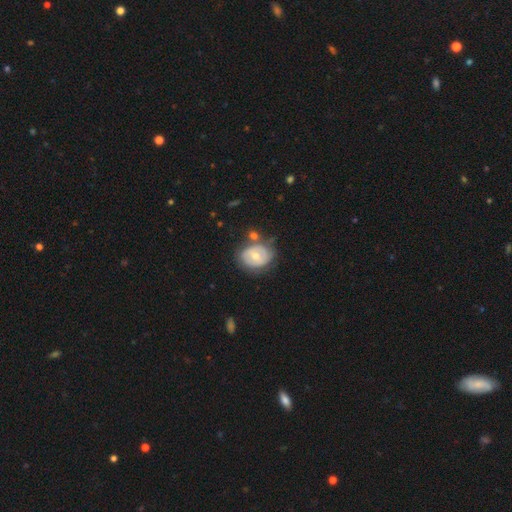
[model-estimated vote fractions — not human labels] smooth-or-featured: featured or disk: 52% | smooth: 42% | star or artifact: 6%
  disk-edge-on: no: 95% | yes: 5%
  merging: none: 58% | minor disturbance: 22% | merger: 12% | major disturbance: 8%